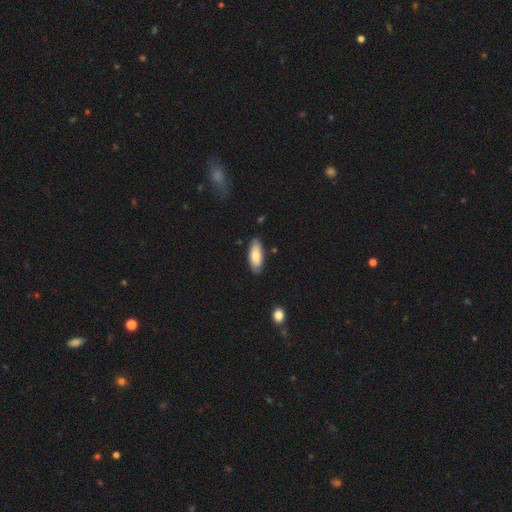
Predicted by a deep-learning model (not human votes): The model was most divided on "smooth or featured": smooth: 75%, featured or disk: 19%, star or artifact: 6%. More confident: merging — none (81%); how rounded — in between (80%).